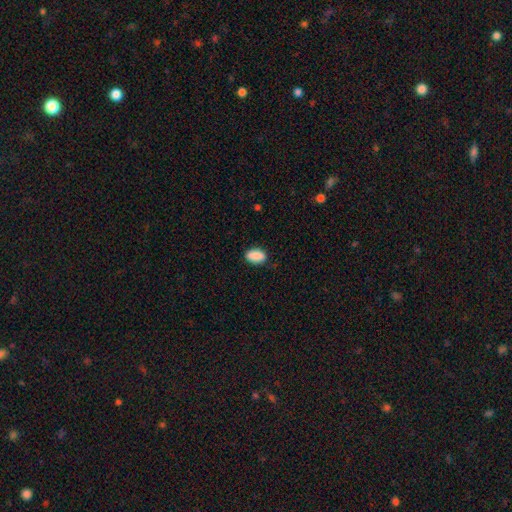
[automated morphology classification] smooth 89%, star or artifact 7%, featured or disk 4%. Down the decision tree: how rounded — in between (90%); merging — none (84%).